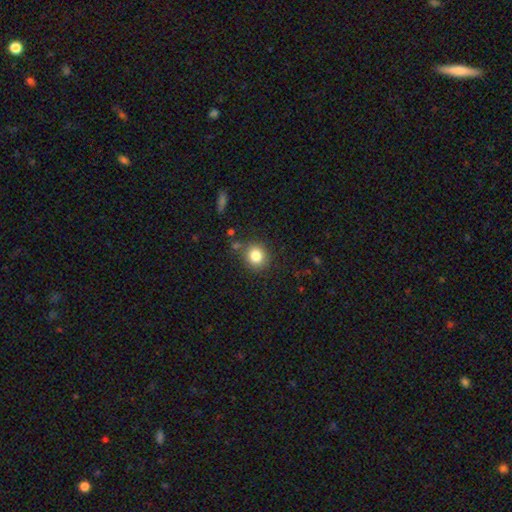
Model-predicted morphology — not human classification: smooth-or-featured: smooth: 82% | star or artifact: 11% | featured or disk: 6%
  how-rounded: round: 85% | in between: 15% | cigar-shaped: 1%
  merging: none: 82% | minor disturbance: 10% | merger: 4% | major disturbance: 3%